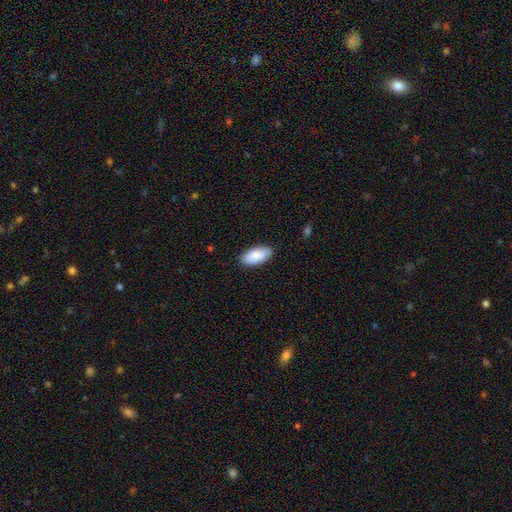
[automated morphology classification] Smooth or featured: smooth — 88% (featured or disk — 6%)
How rounded: in between — 91% (cigar-shaped — 7%)
Merging: none — 87% (minor disturbance — 10%)